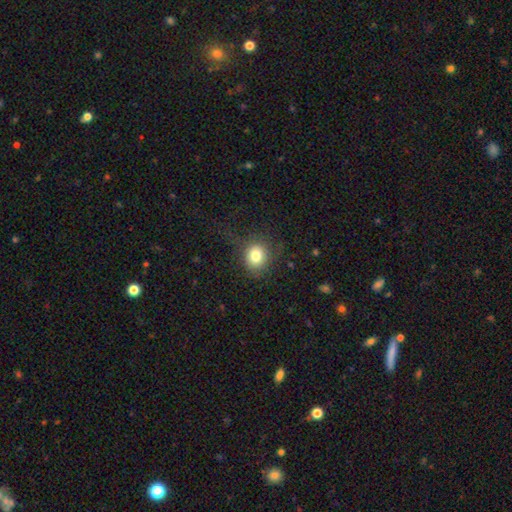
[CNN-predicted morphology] A smooth galaxy with no disk features (81%) that is round (74%). Merging: none (75%).